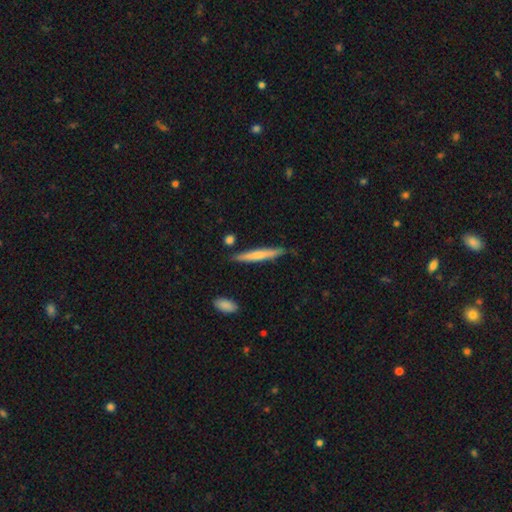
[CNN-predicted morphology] A smooth galaxy with no disk features (53%) that is cigar-shaped (95%). Merging: none (86%).